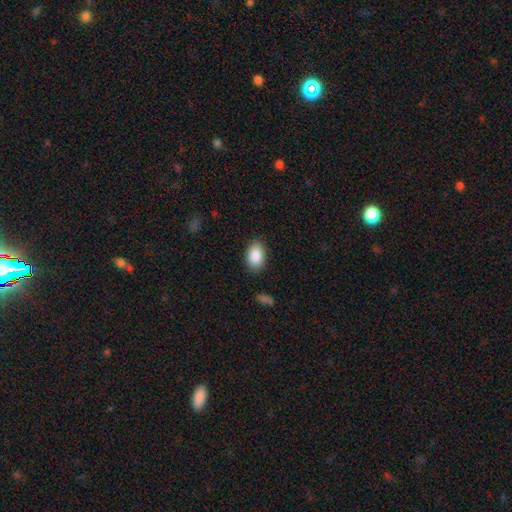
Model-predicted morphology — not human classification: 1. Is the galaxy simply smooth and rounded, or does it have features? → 87% smooth, 7% star or artifact, 6% featured or disk.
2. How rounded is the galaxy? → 88% in between, 11% round, 1% cigar-shaped.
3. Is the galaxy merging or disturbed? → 86% none, 10% minor disturbance, 3% major disturbance, 1% merger.